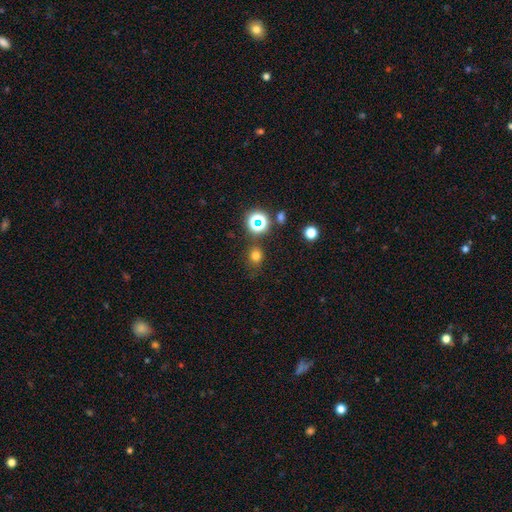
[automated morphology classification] This is likely a smooth galaxy (70%). How rounded: likely round (76%). Merging: likely none (79%).